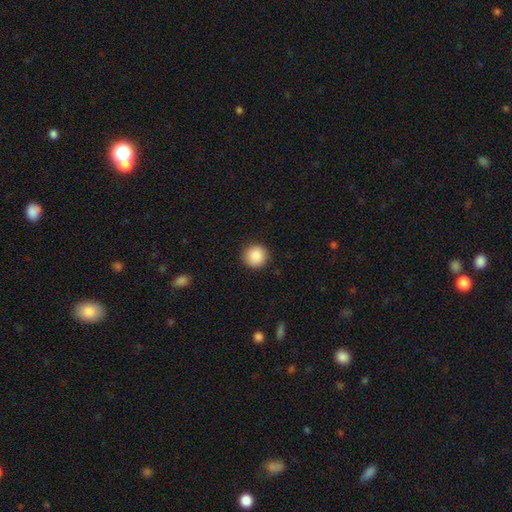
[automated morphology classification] This is clearly a smooth galaxy (89%). How rounded: clearly round (95%). Merging: clearly none (92%).